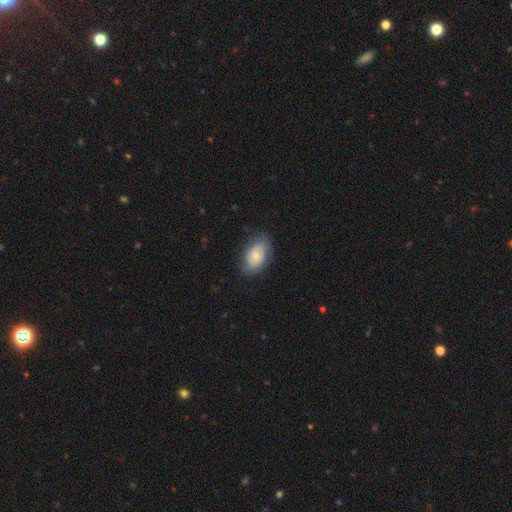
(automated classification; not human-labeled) Smooth or featured? Predicted: smooth (p=0.62). How rounded? Predicted: in between (p=0.88). Merging? Predicted: none (p=0.70).